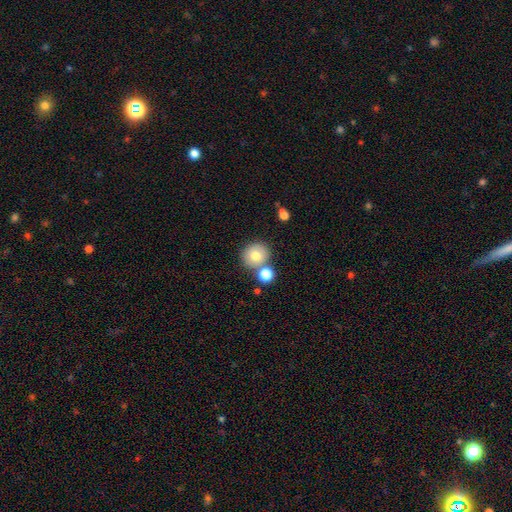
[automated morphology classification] Smooth or featured? smooth (76%)
How rounded? round (87%)
Merging? none (66%)